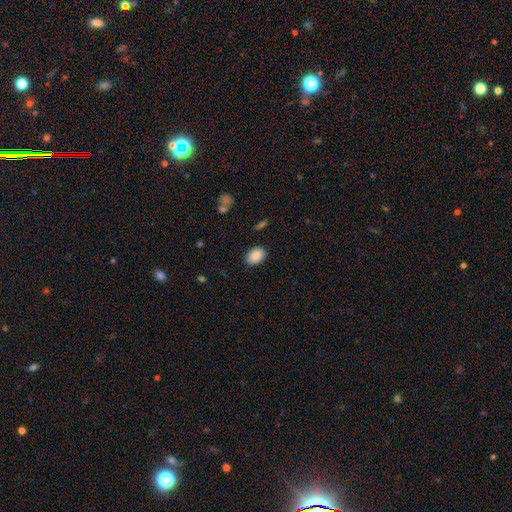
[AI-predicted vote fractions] smooth_or_featured: smooth (p=0.89) [alt: star or artifact p=0.08]
how_rounded: in between (p=0.81) [alt: round p=0.18]
merging: none (p=0.88) [alt: minor disturbance p=0.09]